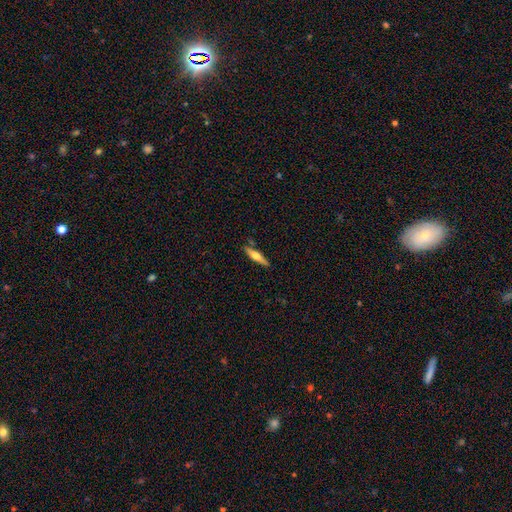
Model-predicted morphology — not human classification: smooth_or_featured: smooth (p=0.50) [alt: featured or disk p=0.45]
merging: none (p=0.84) [alt: minor disturbance p=0.11]